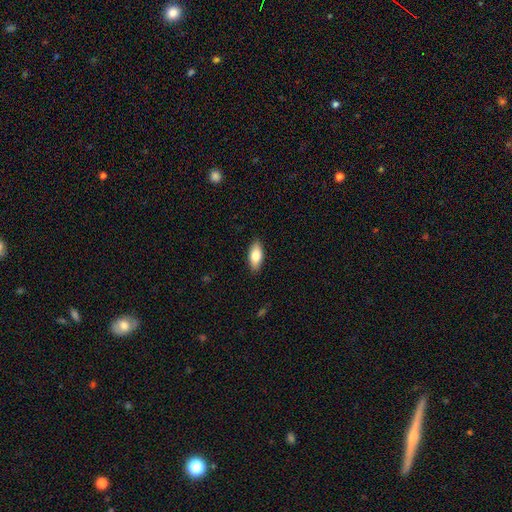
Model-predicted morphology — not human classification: smooth-or-featured: smooth: 79% | featured or disk: 15% | star or artifact: 6%
  how-rounded: in between: 85% | cigar-shaped: 12% | round: 3%
  merging: none: 88% | minor disturbance: 9% | major disturbance: 2% | merger: 1%